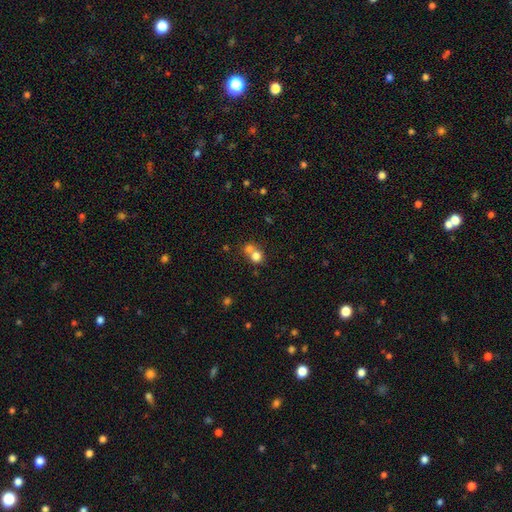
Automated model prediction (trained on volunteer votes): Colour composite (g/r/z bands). It shows a smooth galaxy with no disk features (75%) that is round (83%). Merging: merger (56%).